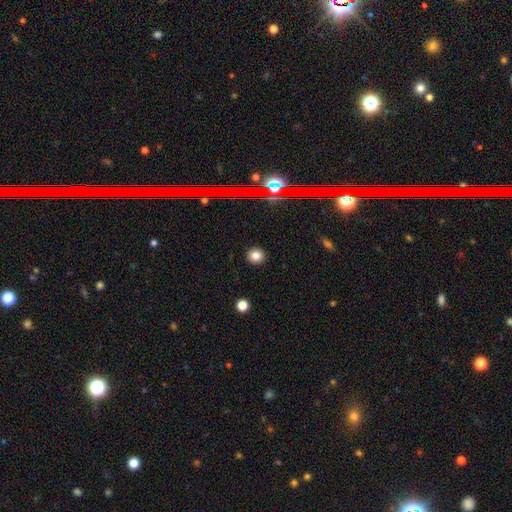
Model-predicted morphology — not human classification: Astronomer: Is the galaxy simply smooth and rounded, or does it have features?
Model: smooth — 81%.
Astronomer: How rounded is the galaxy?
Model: round — 91%.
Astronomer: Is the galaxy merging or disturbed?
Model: none — 91%.